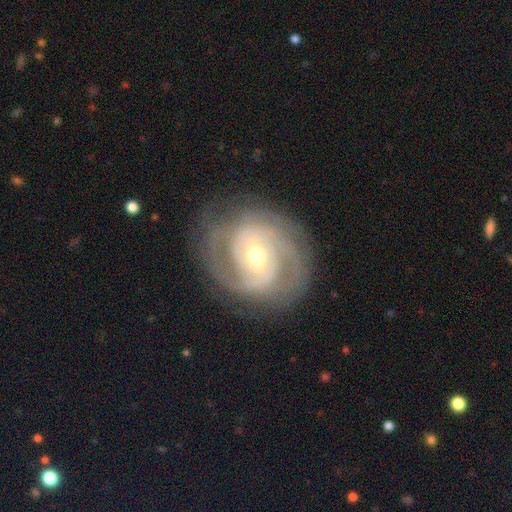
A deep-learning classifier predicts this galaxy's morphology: A featured or disk galaxy (88%) with a weak bar (45%), 2 (37%) tight (68%) spiral arms (96%) and a moderate central bulge (52%). Merging: none (78%).